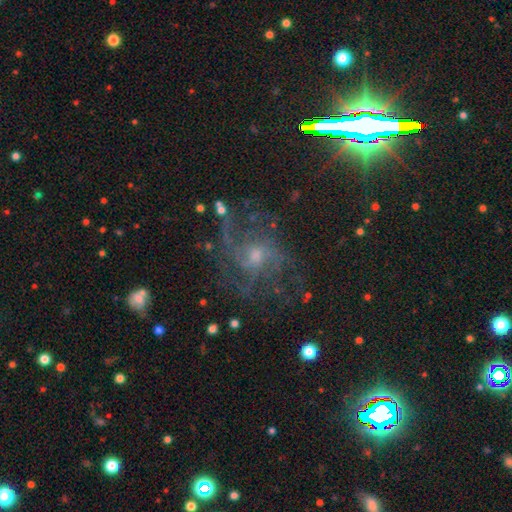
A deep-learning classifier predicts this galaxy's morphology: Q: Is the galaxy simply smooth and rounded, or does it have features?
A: featured or disk — 76%.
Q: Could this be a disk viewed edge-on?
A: no — 97%.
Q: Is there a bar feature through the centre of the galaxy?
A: no — 67%.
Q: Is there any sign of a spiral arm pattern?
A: yes — 89%.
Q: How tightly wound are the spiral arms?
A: medium — 44%.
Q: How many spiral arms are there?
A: can't tell — 33%.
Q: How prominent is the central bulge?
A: small — 48%.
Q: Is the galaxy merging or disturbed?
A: none — 61%.